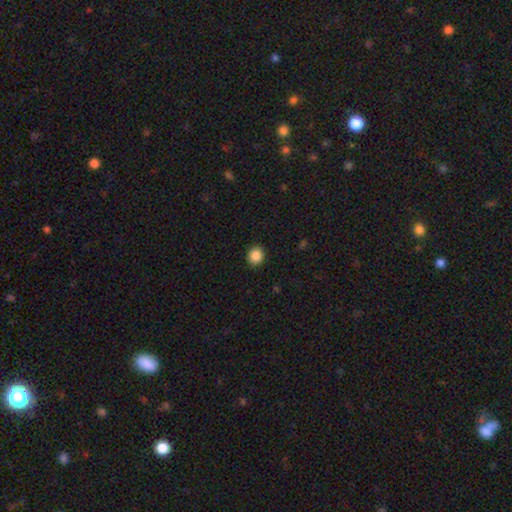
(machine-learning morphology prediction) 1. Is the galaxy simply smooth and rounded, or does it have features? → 87% smooth, 10% star or artifact, 4% featured or disk.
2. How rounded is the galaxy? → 77% round, 22% in between, 1% cigar-shaped.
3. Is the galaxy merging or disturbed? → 91% none, 6% minor disturbance, 2% major disturbance, 1% merger.